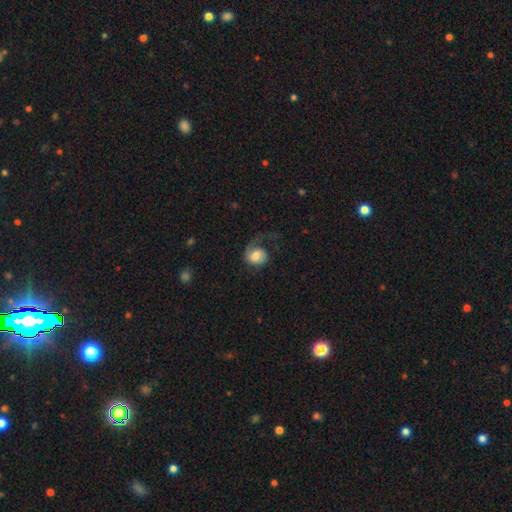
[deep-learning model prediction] The model was most divided on "merging" (2-way tie): major disturbance: 40%, none: 40%, minor disturbance: 18%, merger: 2%. Remaining: smooth or featured — smooth (47%).